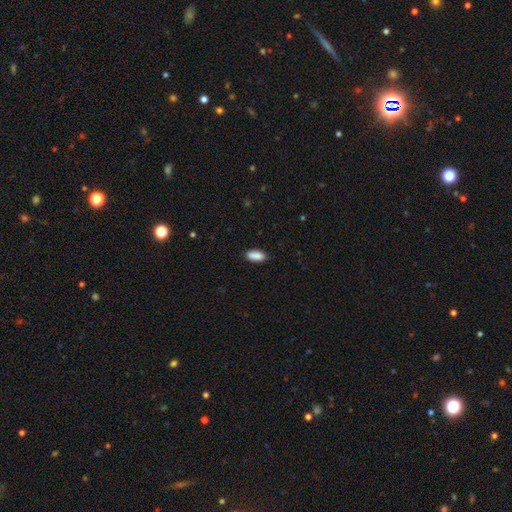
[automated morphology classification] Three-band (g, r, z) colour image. It shows a smooth galaxy with no disk features (88%) that is in between round and cigar-shaped (84%). Merging: none (85%).